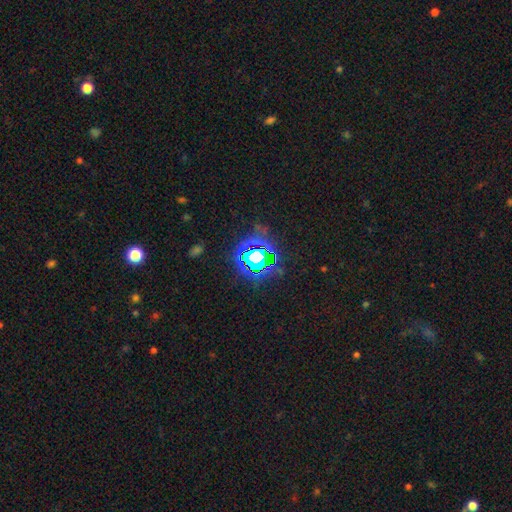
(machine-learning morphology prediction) smooth-or-featured: star or artifact: 71% | smooth: 17% | featured or disk: 12%